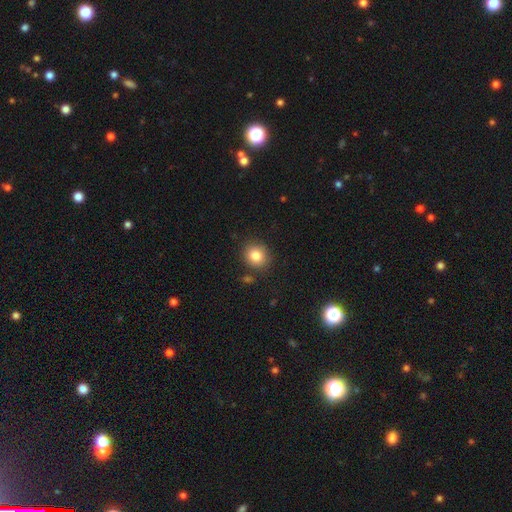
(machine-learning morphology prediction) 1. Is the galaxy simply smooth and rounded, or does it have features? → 84% smooth, 10% star or artifact, 6% featured or disk.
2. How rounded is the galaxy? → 81% round, 18% in between, 1% cigar-shaped.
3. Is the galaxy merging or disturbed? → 85% none, 9% minor disturbance, 3% merger, 3% major disturbance.